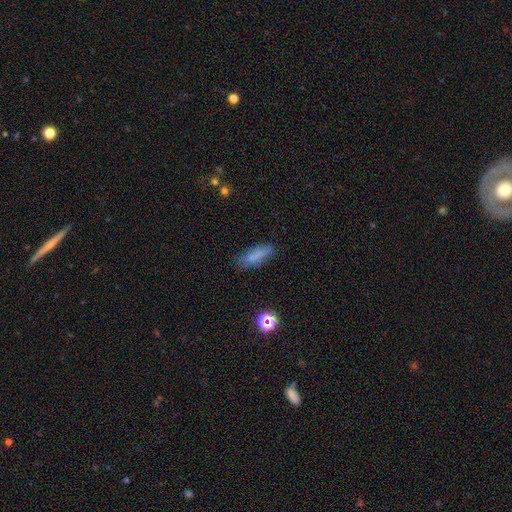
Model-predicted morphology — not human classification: A smooth galaxy with no disk features (70%) that is in between round and cigar-shaped (56%).

Vote fractions:
- Smooth or featured? smooth: 70% / featured or disk: 17% / star or artifact: 13%
- How rounded? in between: 56% / cigar-shaped: 40% / round: 3%
- Merging? none: 71% / minor disturbance: 19% / major disturbance: 6% / merger: 3%